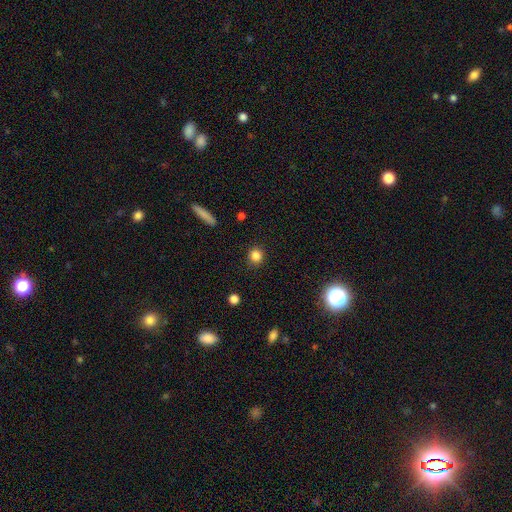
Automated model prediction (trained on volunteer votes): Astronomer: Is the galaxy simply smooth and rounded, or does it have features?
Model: smooth — 84%.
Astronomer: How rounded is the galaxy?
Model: round — 89%.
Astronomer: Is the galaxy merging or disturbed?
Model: none — 91%.